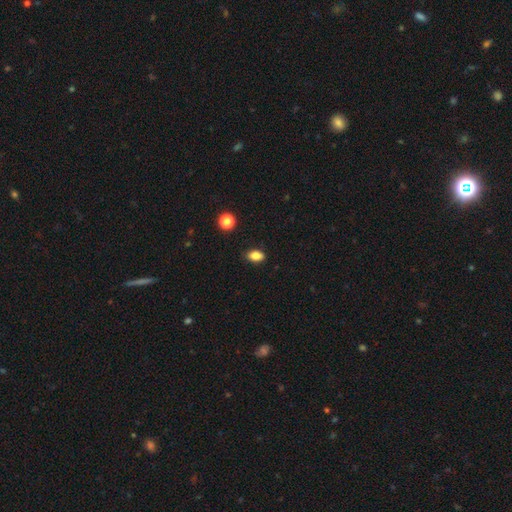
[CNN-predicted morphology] The model was most divided on "merging": none: 85%, minor disturbance: 11%, major disturbance: 2%, merger: 1%. More confident: how rounded — in between (87%); smooth or featured — smooth (85%).